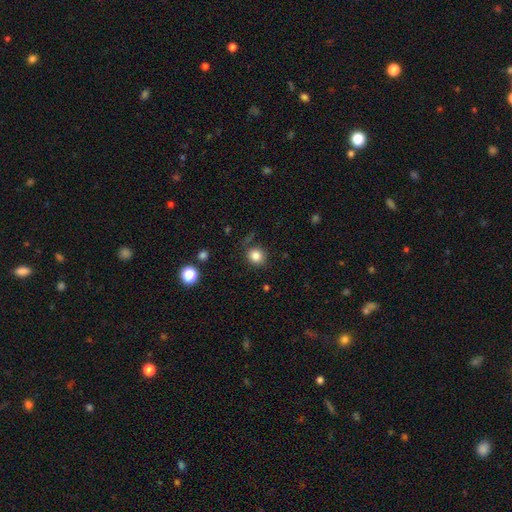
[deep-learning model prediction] smooth 83%, star or artifact 12%, featured or disk 6%. Down the decision tree: how rounded — round (82%); merging — none (82%).